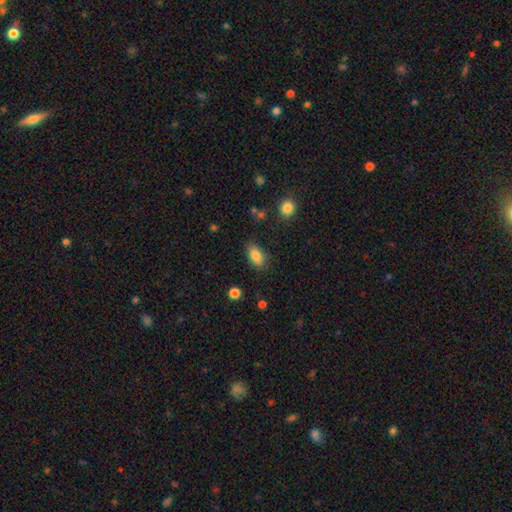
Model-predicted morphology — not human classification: Smooth or featured: smooth — 84% (star or artifact — 8%)
How rounded: in between — 90% (round — 6%)
Merging: none — 81% (minor disturbance — 14%)